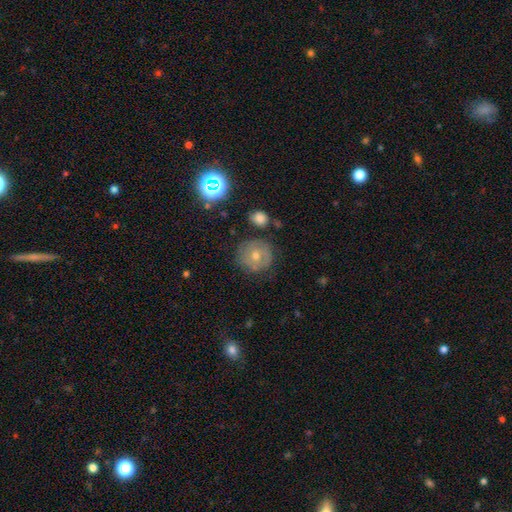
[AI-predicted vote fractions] Smooth or featured?
  - featured or disk: 43% *
  - smooth: 38%
  - star or artifact: 19%
Merging?
  - none: 80% *
  - minor disturbance: 13%
  - major disturbance: 4%
  - merger: 3%